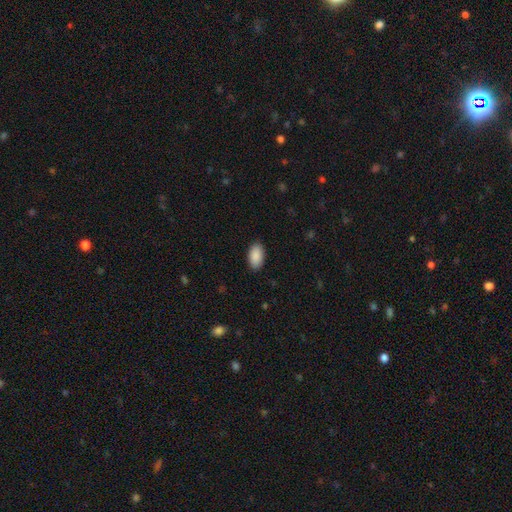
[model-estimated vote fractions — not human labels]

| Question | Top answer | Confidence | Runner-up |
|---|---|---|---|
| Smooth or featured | smooth | 91% | star or artifact (6%) |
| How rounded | in between | 95% | round (3%) |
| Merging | none | 89% | minor disturbance (8%) |